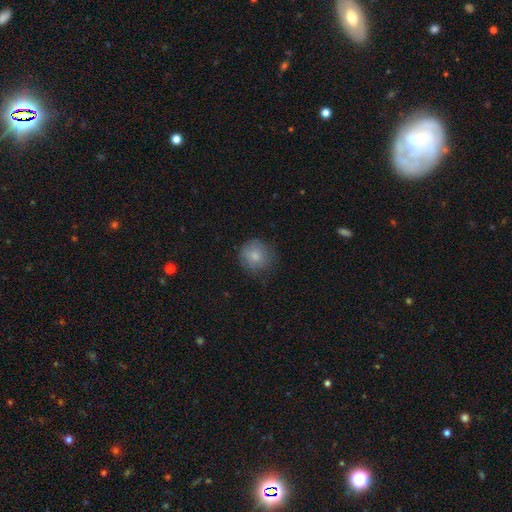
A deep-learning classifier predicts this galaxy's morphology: Overall: smooth (72%). How rounded: round (90%). Merging: none (80%).